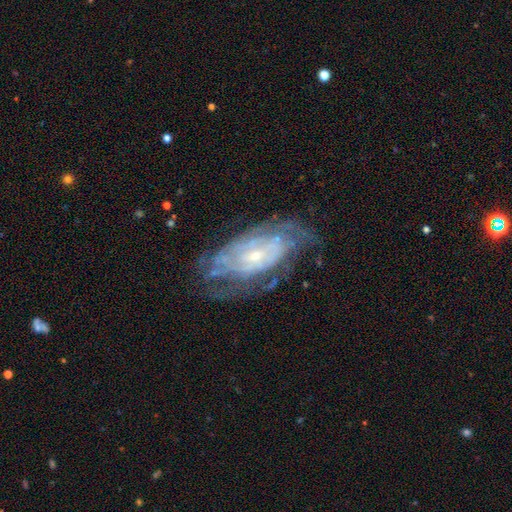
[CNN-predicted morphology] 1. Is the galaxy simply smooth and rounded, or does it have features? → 81% featured or disk, 12% smooth, 7% star or artifact.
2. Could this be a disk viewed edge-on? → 92% no, 8% yes.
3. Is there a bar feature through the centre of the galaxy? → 63% no, 30% weak, 7% strong.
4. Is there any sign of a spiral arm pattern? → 87% yes, 13% no.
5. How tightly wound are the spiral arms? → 66% tight, 26% medium, 8% loose.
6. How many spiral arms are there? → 55% can't tell, 15% 2, 10% 3, 10% 4, 6% more than 4, 4% 1.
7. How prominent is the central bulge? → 72% small, 23% moderate, 2% none, 2% large, 1% dominant.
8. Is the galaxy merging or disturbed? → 61% none, 23% minor disturbance, 14% major disturbance, 2% merger.